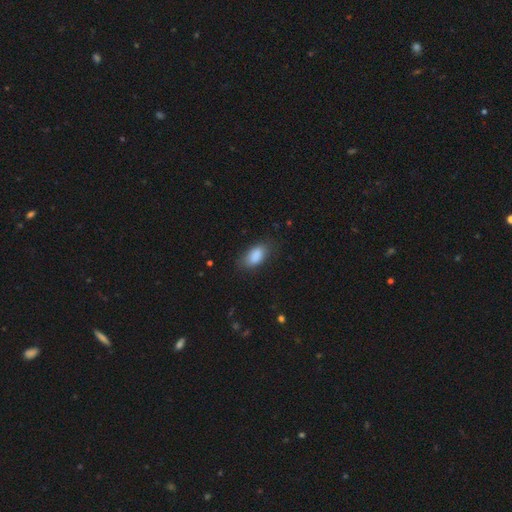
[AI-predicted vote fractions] Q: Smooth or featured?
A: smooth (88%); runner-up: star or artifact (7%)
Q: How rounded?
A: in between (91%); runner-up: round (5%)
Q: Merging?
A: none (76%); runner-up: minor disturbance (18%)